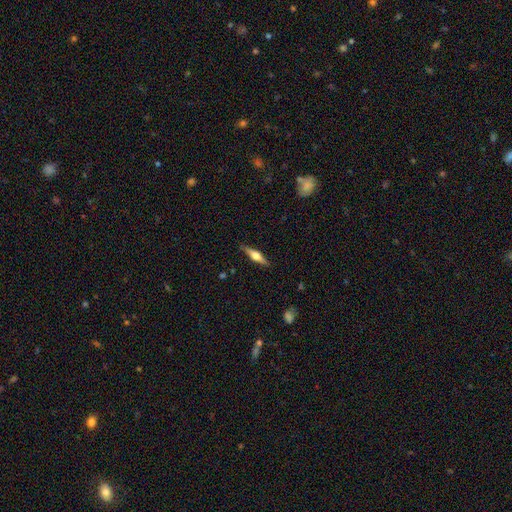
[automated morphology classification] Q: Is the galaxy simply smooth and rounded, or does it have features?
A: featured or disk — 64%.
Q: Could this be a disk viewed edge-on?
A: yes — 97%.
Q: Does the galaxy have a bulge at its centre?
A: rounded — 91%.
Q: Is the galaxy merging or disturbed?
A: none — 88%.